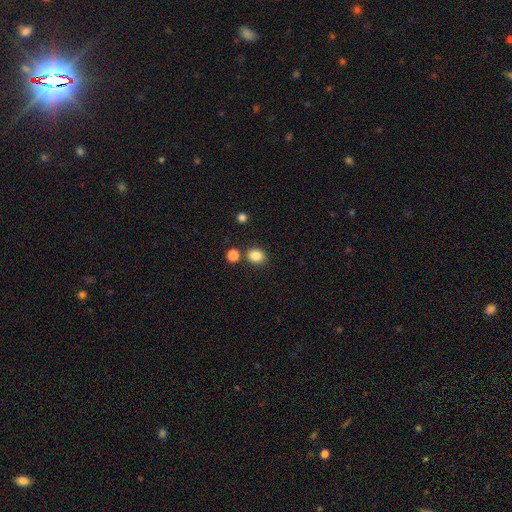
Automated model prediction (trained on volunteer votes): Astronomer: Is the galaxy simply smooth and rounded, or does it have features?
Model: smooth — 84%.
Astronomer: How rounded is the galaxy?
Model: round — 66%.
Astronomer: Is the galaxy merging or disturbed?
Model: none — 80%.